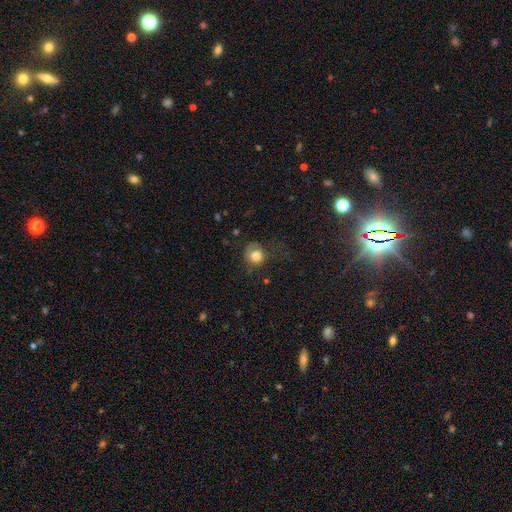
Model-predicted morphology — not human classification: smooth-or-featured: smooth: 77% | featured or disk: 13% | star or artifact: 10%
  how-rounded: round: 79% | in between: 20% | cigar-shaped: 1%
  merging: none: 47% | minor disturbance: 25% | major disturbance: 25% | merger: 2%